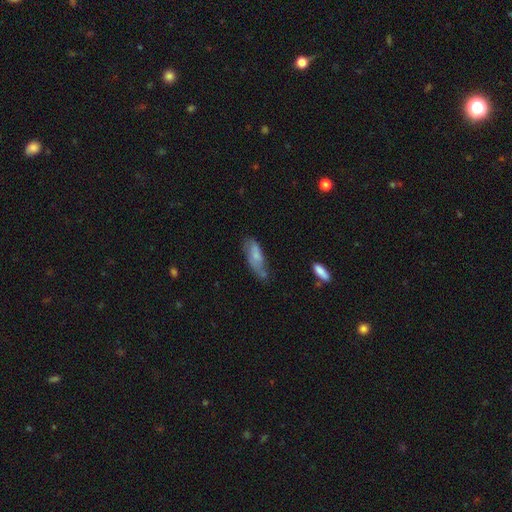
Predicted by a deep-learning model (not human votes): Smooth or featured: smooth — 64% (featured or disk — 29%)
How rounded: in between — 62% (cigar-shaped — 36%)
Merging: none — 46% (minor disturbance — 33%)